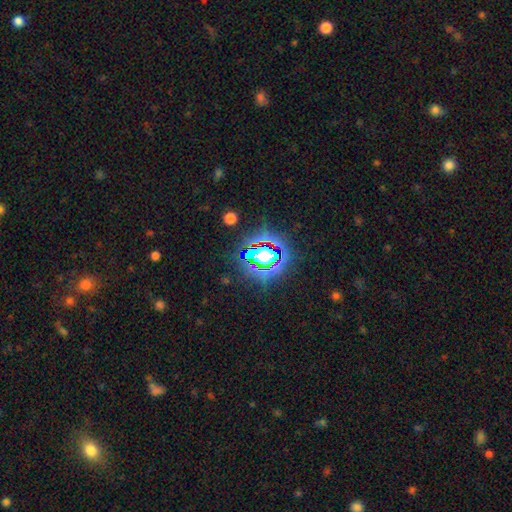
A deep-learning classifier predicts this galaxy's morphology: smooth-or-featured: star or artifact: 78% | smooth: 14% | featured or disk: 9%